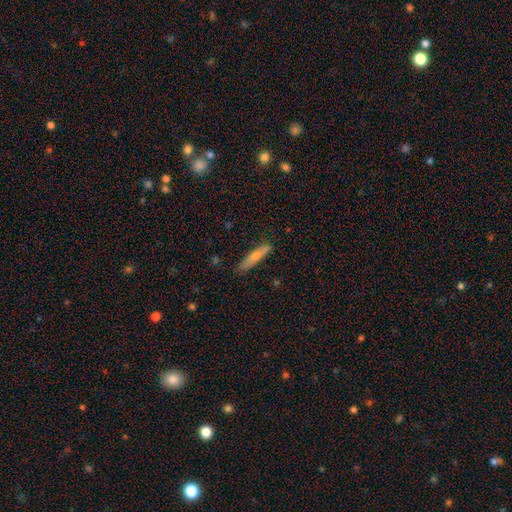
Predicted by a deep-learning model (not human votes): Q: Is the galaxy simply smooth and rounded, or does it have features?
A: smooth — 66%.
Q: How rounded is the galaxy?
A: cigar-shaped — 87%.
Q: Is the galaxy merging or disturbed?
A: none — 84%.